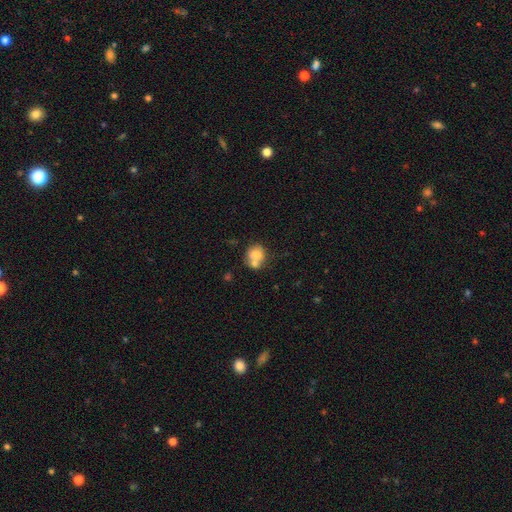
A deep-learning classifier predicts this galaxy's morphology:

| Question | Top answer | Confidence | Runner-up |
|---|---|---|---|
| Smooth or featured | smooth | 71% | featured or disk (20%) |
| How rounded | round | 67% | in between (32%) |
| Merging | merger | 53% | none (31%) |